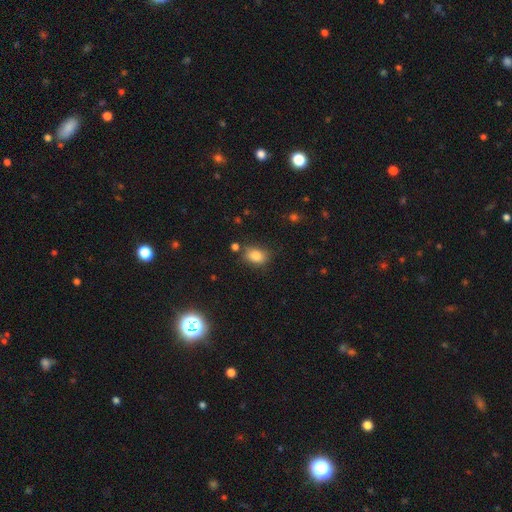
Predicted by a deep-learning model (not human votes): smooth-or-featured: smooth: 84% | star or artifact: 10% | featured or disk: 6%
  how-rounded: in between: 74% | round: 25% | cigar-shaped: 1%
  merging: none: 73% | minor disturbance: 17% | merger: 6% | major disturbance: 4%